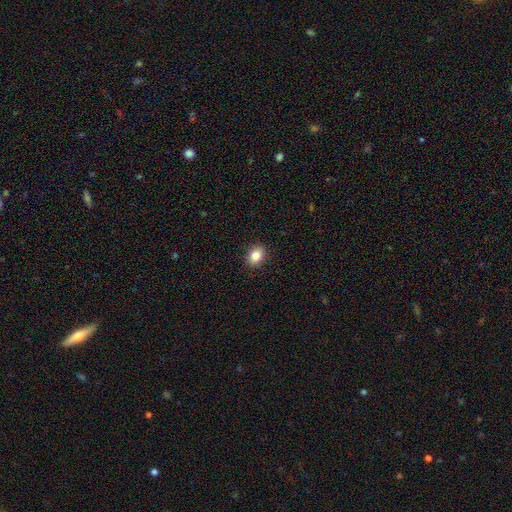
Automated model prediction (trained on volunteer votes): smooth 85%, star or artifact 9%, featured or disk 6%. Down the decision tree: how rounded — in between (62%); merging — none (90%).